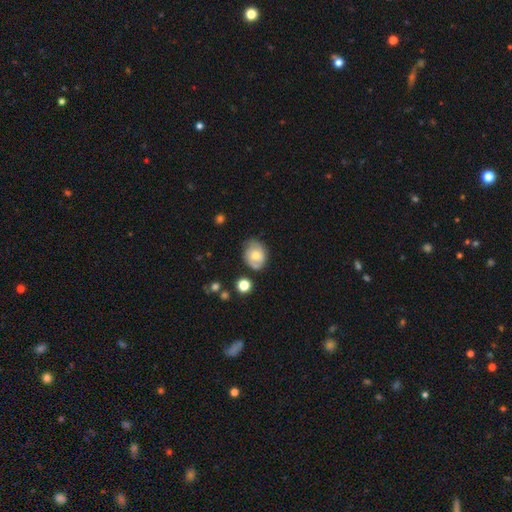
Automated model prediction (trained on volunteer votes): A smooth galaxy with no disk features (58%) that is in between round and cigar-shaped (54%).

Vote fractions:
- Smooth or featured? smooth: 58% / featured or disk: 34% / star or artifact: 8%
- How rounded? in between: 54% / round: 45% / cigar-shaped: 1%
- Merging? none: 59% / minor disturbance: 27% / merger: 8% / major disturbance: 7%